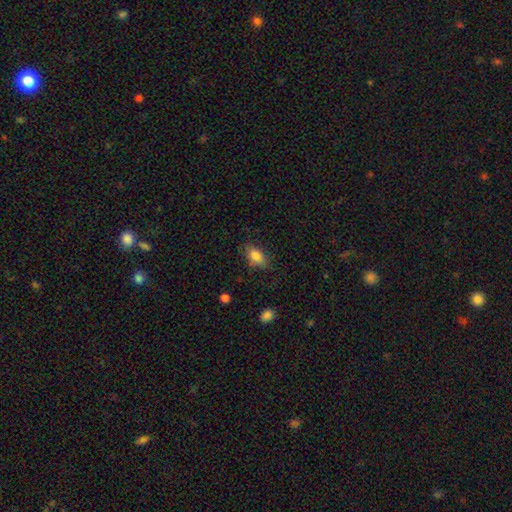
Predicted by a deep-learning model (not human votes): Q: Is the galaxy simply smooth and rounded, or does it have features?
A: smooth — 82%.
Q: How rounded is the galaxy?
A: in between — 88%.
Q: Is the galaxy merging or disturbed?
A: none — 76%.